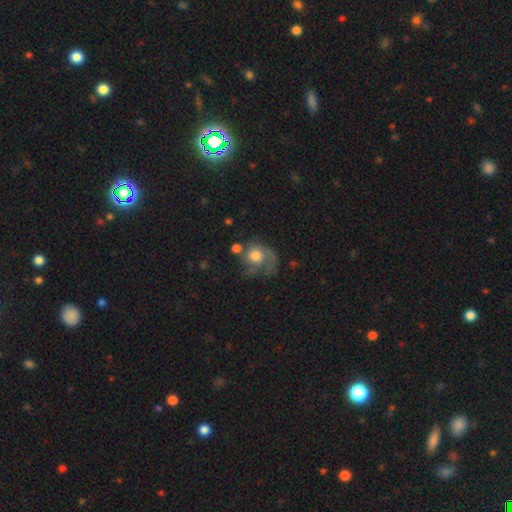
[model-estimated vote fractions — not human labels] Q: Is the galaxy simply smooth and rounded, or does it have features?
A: featured or disk — 52%.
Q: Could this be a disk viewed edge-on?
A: no — 97%.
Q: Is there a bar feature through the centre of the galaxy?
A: no — 81%.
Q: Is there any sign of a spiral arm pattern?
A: yes — 76%.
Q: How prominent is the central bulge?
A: moderate — 52%.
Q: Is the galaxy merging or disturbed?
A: major disturbance — 37%.